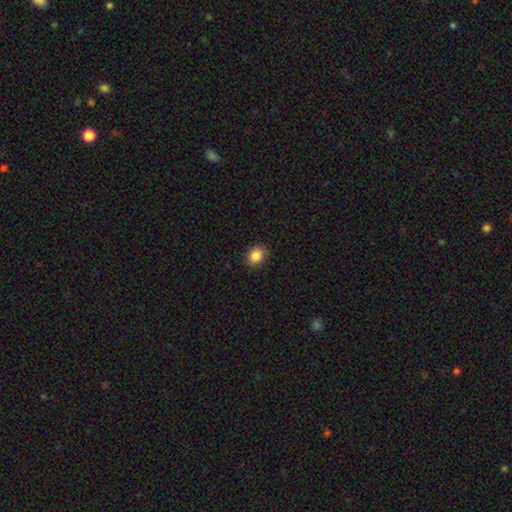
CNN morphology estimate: Smooth or featured? Predicted: smooth (p=0.87). How rounded? Predicted: round (p=0.50). Merging? Predicted: none (p=0.89).